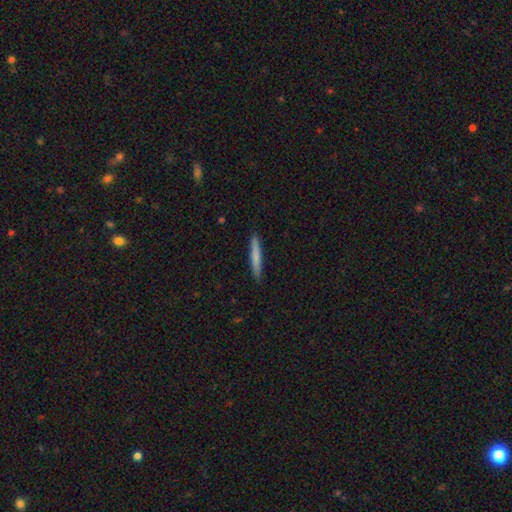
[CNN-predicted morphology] Overall: smooth (74%). How rounded: cigar-shaped (95%). Merging: none (91%).